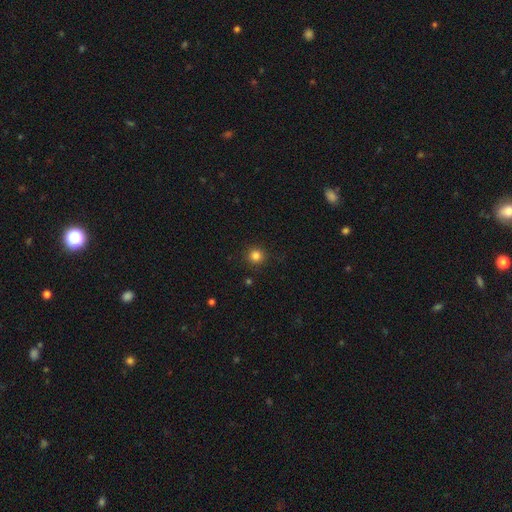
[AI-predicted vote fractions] Morphology: type=smooth (83%); roundness=round (95%); merging=none (91%).